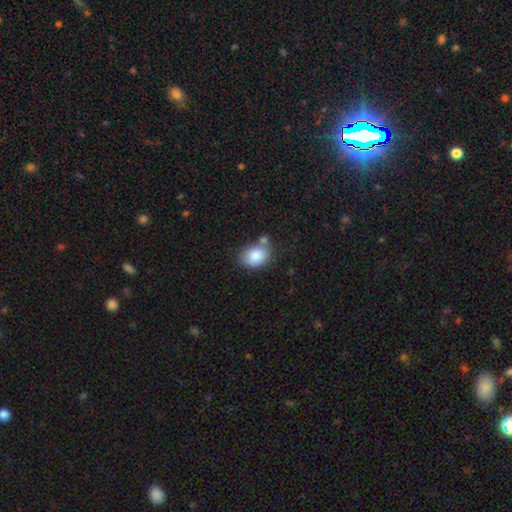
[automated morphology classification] This is clearly a smooth galaxy (85%). How rounded: likely in between (65%). Merging: possibly none (56%).